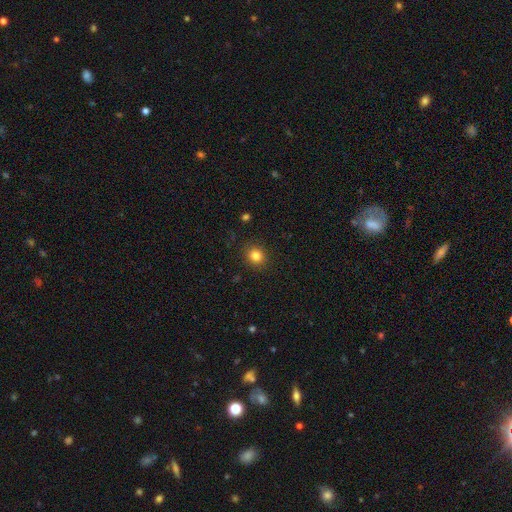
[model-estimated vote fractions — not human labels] smooth-or-featured: smooth: 83% | star or artifact: 12% | featured or disk: 5%
  how-rounded: round: 82% | in between: 17% | cigar-shaped: 1%
  merging: none: 90% | minor disturbance: 7% | major disturbance: 2% | merger: 1%